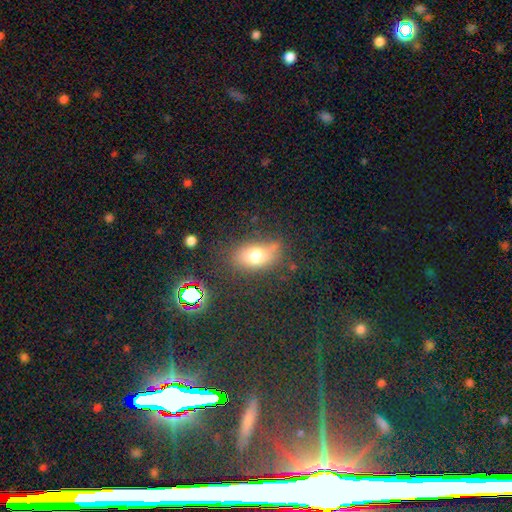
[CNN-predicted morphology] The model was most divided on "merging": none: 69%, minor disturbance: 19%, major disturbance: 8%, merger: 4%. More confident: how rounded — in between (82%); smooth or featured — smooth (72%).